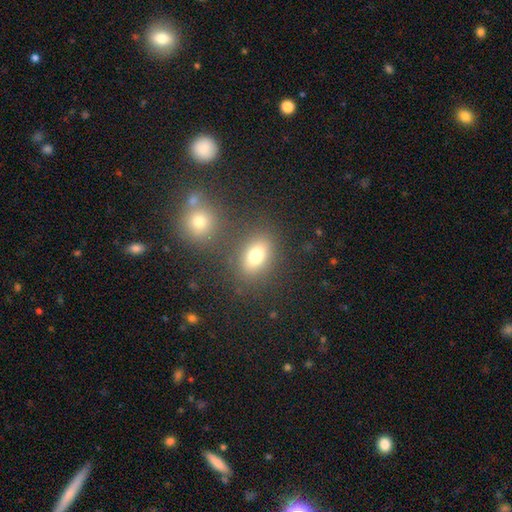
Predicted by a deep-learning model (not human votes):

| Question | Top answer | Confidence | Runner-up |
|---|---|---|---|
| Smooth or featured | smooth | 74% | star or artifact (13%) |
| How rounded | in between | 70% | round (28%) |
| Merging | none | 73% | merger (12%) |